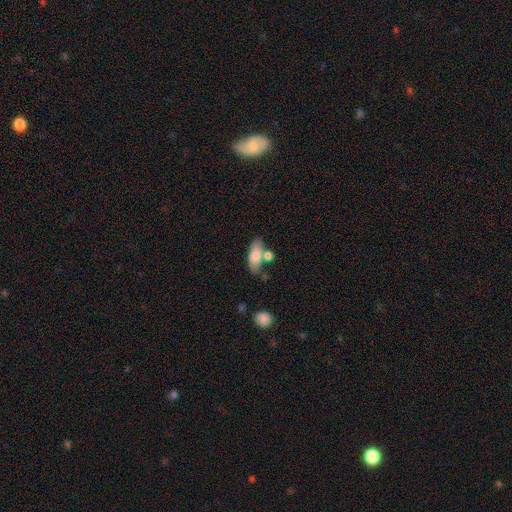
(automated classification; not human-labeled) smooth-or-featured: smooth: 78% | featured or disk: 16% | star or artifact: 7%
  how-rounded: in between: 81% | cigar-shaped: 15% | round: 3%
  merging: none: 59% | merger: 19% | minor disturbance: 16% | major disturbance: 5%